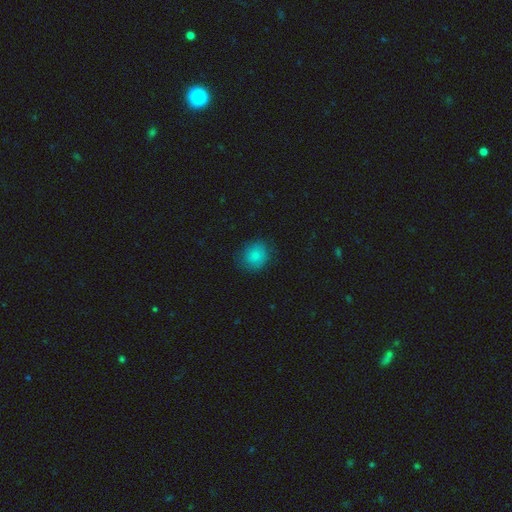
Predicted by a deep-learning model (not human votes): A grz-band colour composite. It shows a smooth galaxy with no disk features (82%) that is round (74%). Merging: none (80%).